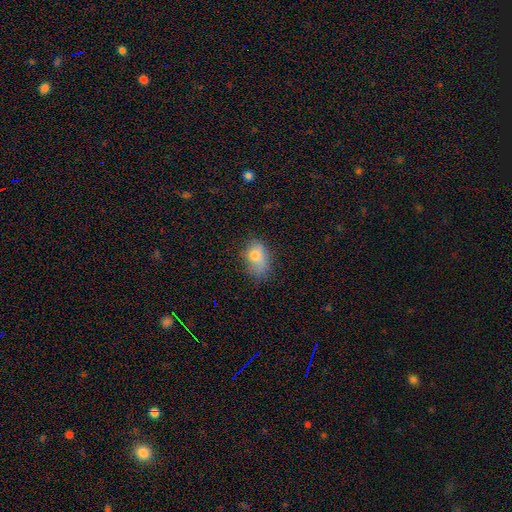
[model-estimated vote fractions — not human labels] smooth-or-featured: smooth: 73% | featured or disk: 16% | star or artifact: 11%
  how-rounded: in between: 82% | round: 16% | cigar-shaped: 2%
  merging: none: 50% | minor disturbance: 34% | major disturbance: 13% | merger: 3%